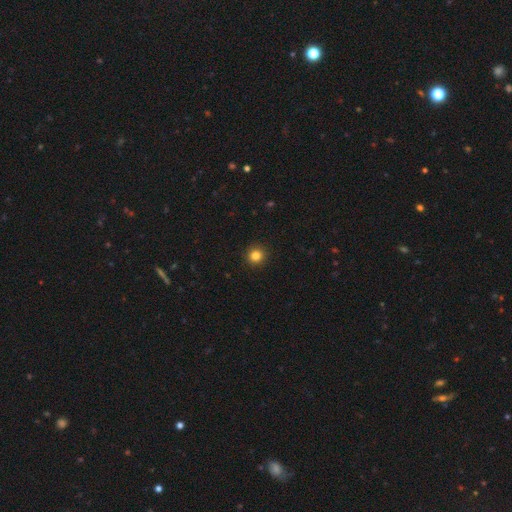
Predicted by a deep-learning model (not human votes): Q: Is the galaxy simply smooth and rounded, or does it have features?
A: smooth — 83%.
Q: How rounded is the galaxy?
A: round — 94%.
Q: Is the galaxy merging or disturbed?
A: none — 93%.